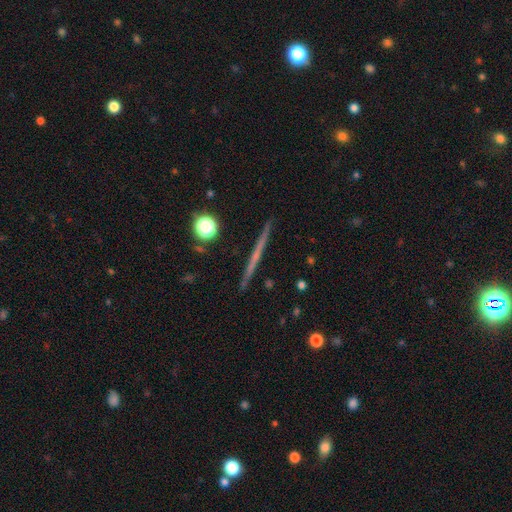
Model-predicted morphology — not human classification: Smooth or featured? Predicted: featured or disk (p=0.62). Edge-on disk? Predicted: yes (p=0.98). Edge-on bulge? Predicted: none (p=0.82). Merging? Predicted: none (p=0.93).